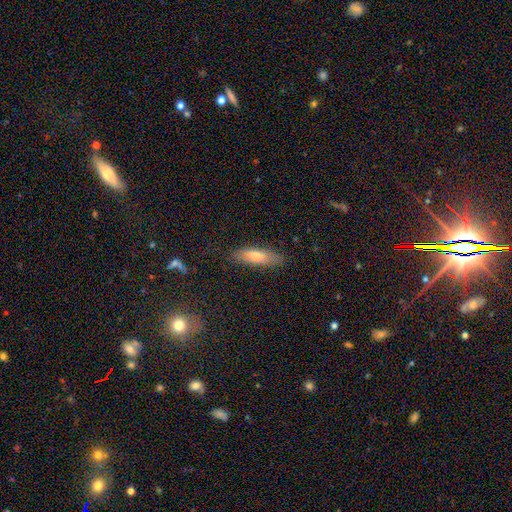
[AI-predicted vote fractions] smooth_or_featured: smooth (p=0.70) [alt: featured or disk p=0.21]
how_rounded: cigar-shaped (p=0.61) [alt: in between p=0.37]
merging: none (p=0.84) [alt: minor disturbance p=0.12]